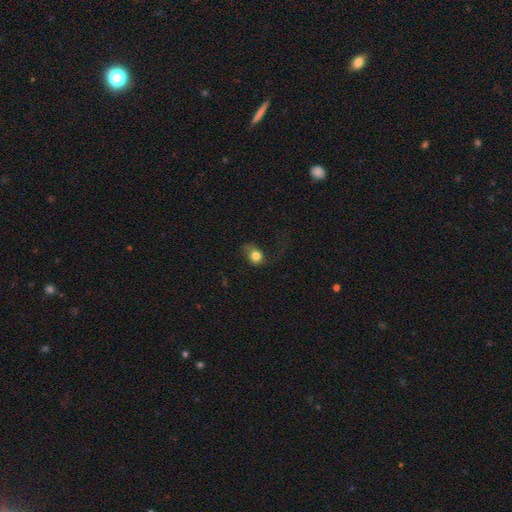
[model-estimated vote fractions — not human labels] The model was most divided on "merging" (2-way tie): none: 37%, major disturbance: 37%, minor disturbance: 23%, merger: 2%. More confident: smooth or featured — smooth (77%); how rounded — round (63%).